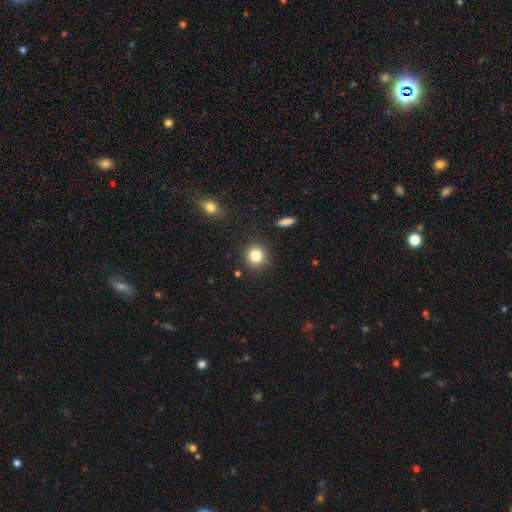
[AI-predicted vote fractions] Smooth or featured: smooth — 82% (star or artifact — 11%)
How rounded: round — 89% (in between — 9%)
Merging: none — 88% (minor disturbance — 7%)